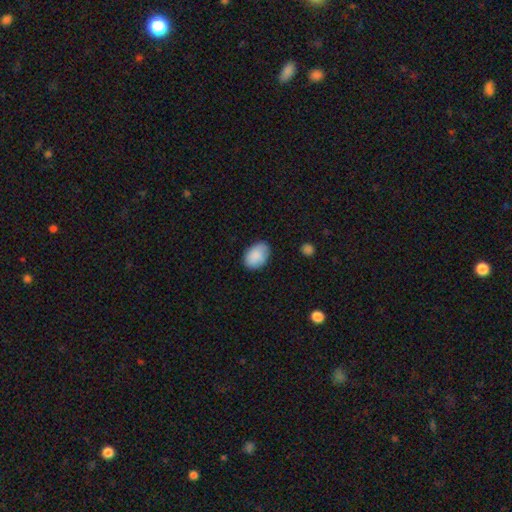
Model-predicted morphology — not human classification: This appears to be a smooth galaxy with no disk features (88%) that is in between round and cigar-shaped (84%). Merging: none (78%).